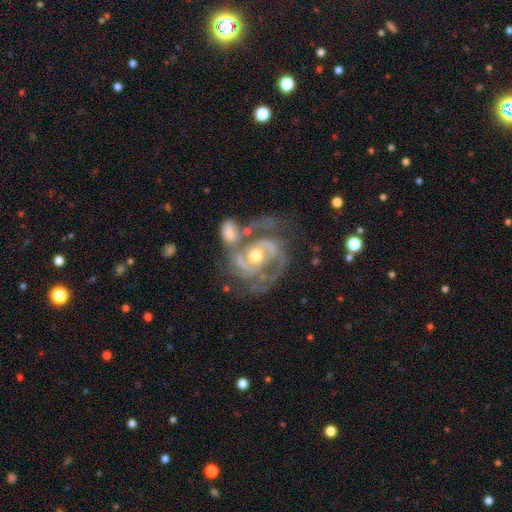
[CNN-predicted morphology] Smooth or featured?
  - featured or disk: 91% *
  - star or artifact: 4%
  - smooth: 4%
Edge-on disk?
  - no: 98% *
  - yes: 2%
Bar?
  - no: 65% *
  - weak: 25%
  - strong: 10%
Spiral arms?
  - yes: 97% *
  - no: 3%
Spiral winding?
  - tight: 53% *
  - medium: 39%
  - loose: 8%
Spiral arm count?
  - 2: 70% *
  - 3: 13%
  - can't tell: 8%
  - 1: 3%
  - 4: 3%
  - more than 4: 3%
Bulge size?
  - moderate: 74% *
  - small: 17%
  - large: 7%
  - none: 1%
  - dominant: 1%
Merging?
  - none: 37% *
  - merger: 31%
  - minor disturbance: 18%
  - major disturbance: 14%